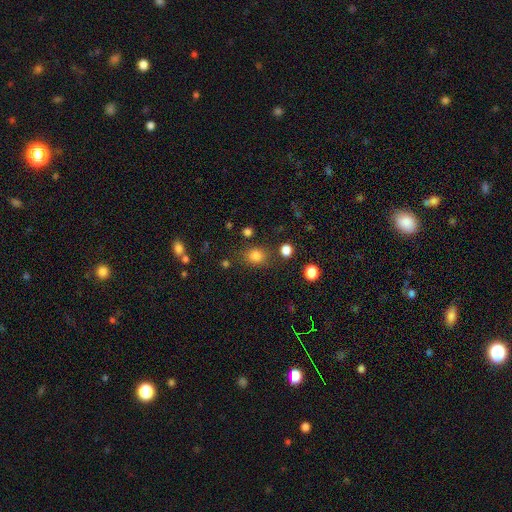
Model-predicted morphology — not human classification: smooth 82%, star or artifact 13%, featured or disk 5%. Down the decision tree: how rounded — round (75%); merging — none (79%).